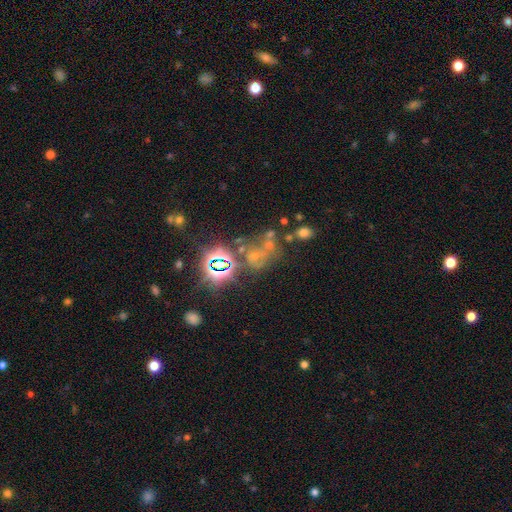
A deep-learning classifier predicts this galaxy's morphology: Overall: star or artifact (50%; smooth 31%).